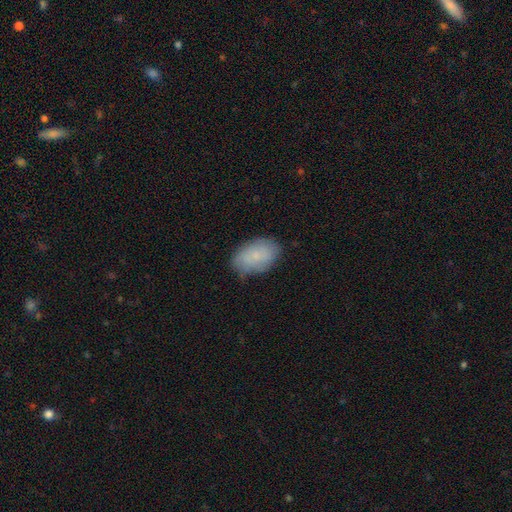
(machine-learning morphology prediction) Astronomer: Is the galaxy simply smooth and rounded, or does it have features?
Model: smooth — 72%.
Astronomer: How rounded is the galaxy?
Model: in between — 90%.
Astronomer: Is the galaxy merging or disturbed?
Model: none — 77%.